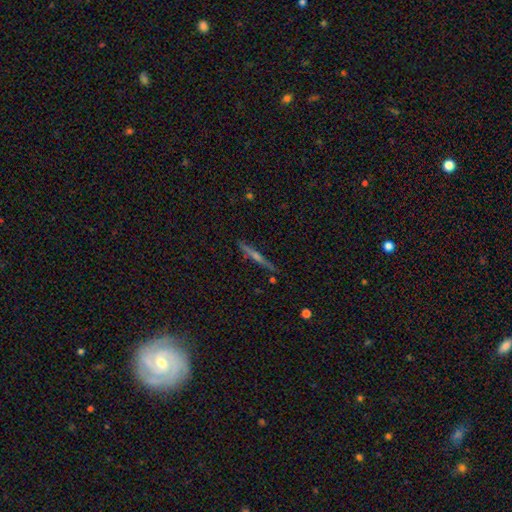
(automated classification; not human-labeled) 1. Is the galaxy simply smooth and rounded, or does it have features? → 72% featured or disk, 20% smooth, 8% star or artifact.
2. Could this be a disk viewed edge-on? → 98% yes, 2% no.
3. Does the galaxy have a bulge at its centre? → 70% rounded, 22% none, 8% boxy.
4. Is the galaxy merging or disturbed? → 90% none, 7% minor disturbance, 2% merger, 2% major disturbance.